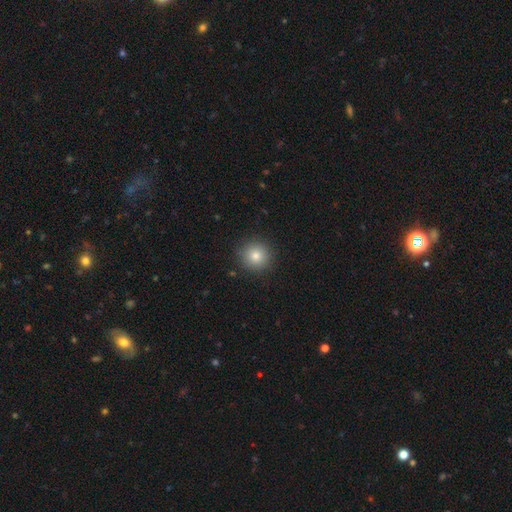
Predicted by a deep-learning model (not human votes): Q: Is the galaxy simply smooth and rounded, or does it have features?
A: smooth — 80%.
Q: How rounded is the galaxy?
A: round — 95%.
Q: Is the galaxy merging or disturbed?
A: none — 91%.